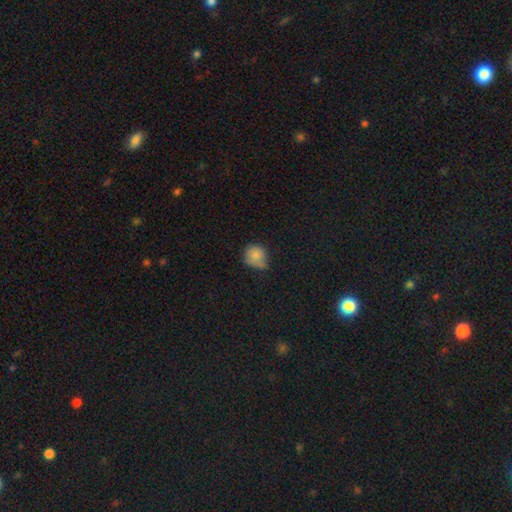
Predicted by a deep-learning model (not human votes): Overall: smooth (81%). How rounded: round (76%). Merging: none (45%; minor disturbance 40%).